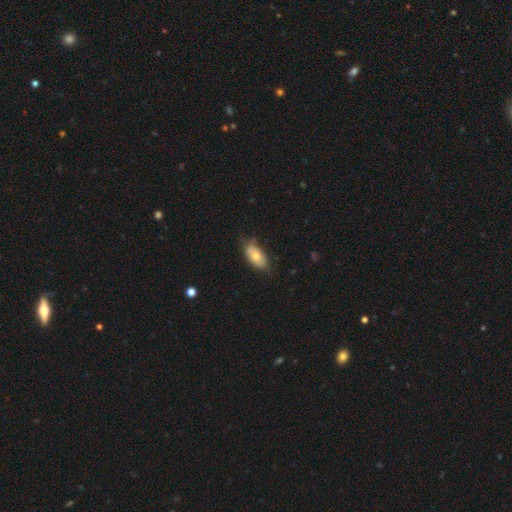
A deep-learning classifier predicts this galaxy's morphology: Smooth or featured: smooth — 68% (featured or disk — 25%)
How rounded: in between — 92% (cigar-shaped — 4%)
Merging: none — 64% (minor disturbance — 28%)